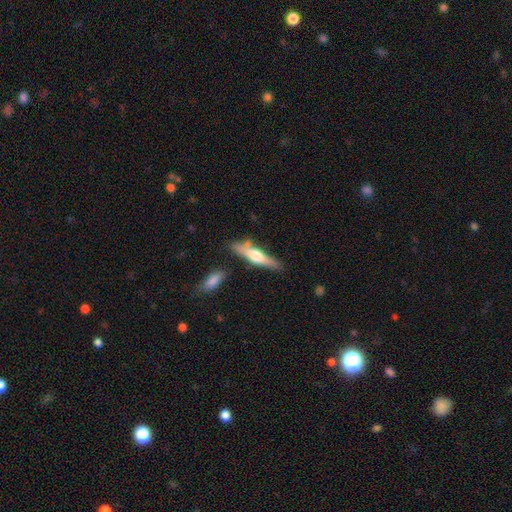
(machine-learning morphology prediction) type=featured or disk (48%); merging=none (74%).